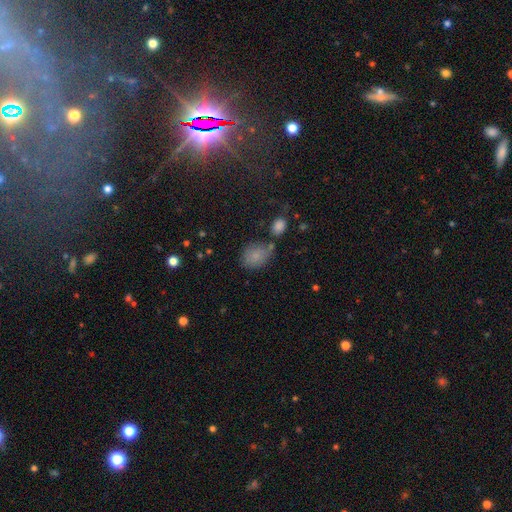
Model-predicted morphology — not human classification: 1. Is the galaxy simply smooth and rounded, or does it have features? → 82% smooth, 10% star or artifact, 8% featured or disk.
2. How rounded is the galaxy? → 62% in between, 37% round, 1% cigar-shaped.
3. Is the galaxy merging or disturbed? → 57% none, 21% minor disturbance, 14% merger, 7% major disturbance.